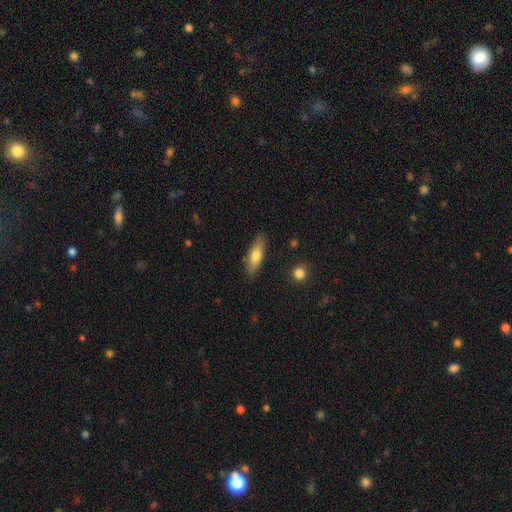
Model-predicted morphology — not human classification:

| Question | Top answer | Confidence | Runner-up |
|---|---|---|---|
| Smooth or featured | smooth | 71% | featured or disk (23%) |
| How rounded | in between | 52% | cigar-shaped (45%) |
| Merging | none | 83% | minor disturbance (12%) |